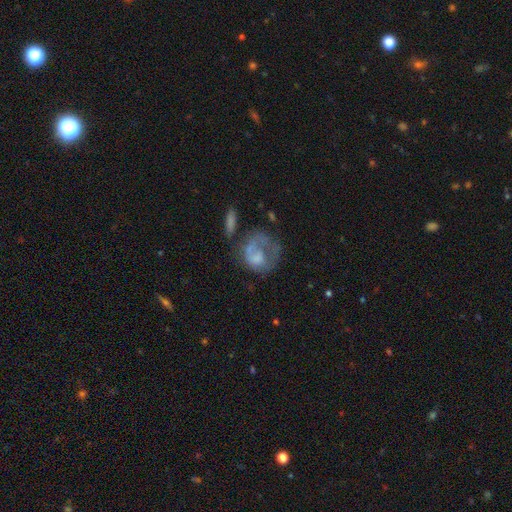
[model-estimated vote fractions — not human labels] This is possibly a featured or disk galaxy (49%). Merging: marginally major disturbance (41%).